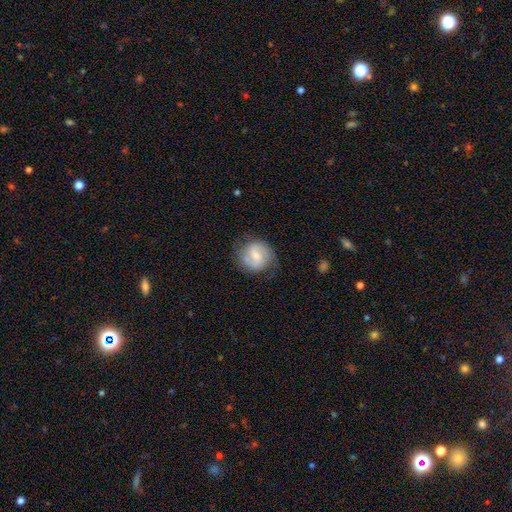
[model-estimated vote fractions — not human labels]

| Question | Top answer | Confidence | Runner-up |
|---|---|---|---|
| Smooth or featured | featured or disk | 61% | smooth (33%) |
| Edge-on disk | no | 98% | yes (2%) |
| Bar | weak | 58% | no (24%) |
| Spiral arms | yes | 87% | no (13%) |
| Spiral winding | medium | 47% | tight (26%) |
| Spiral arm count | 2 | 85% | can't tell (9%) |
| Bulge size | small | 49% | moderate (43%) |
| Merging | none | 76% | minor disturbance (17%) |